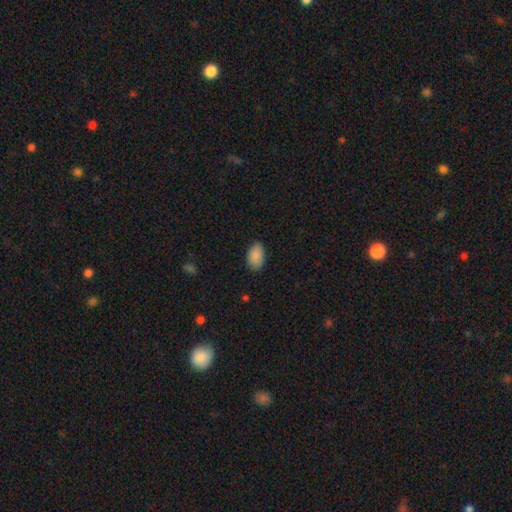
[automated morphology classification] Smooth or featured? Predicted: smooth (p=0.90). How rounded? Predicted: in between (p=0.92). Merging? Predicted: none (p=0.83).